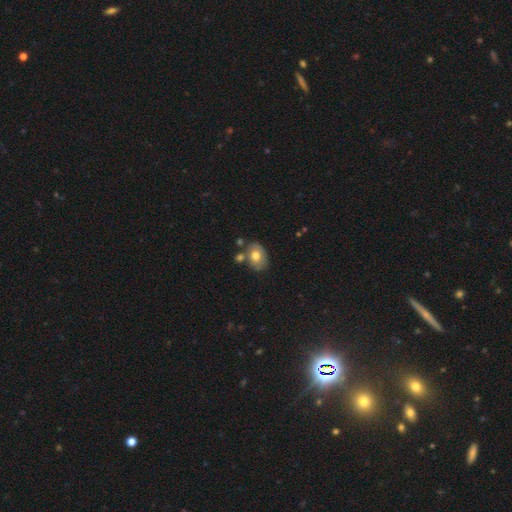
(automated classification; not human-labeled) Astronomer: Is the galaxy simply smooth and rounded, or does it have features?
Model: smooth — 71%.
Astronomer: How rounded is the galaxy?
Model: in between — 73%.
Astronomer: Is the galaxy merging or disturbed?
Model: none — 64%.